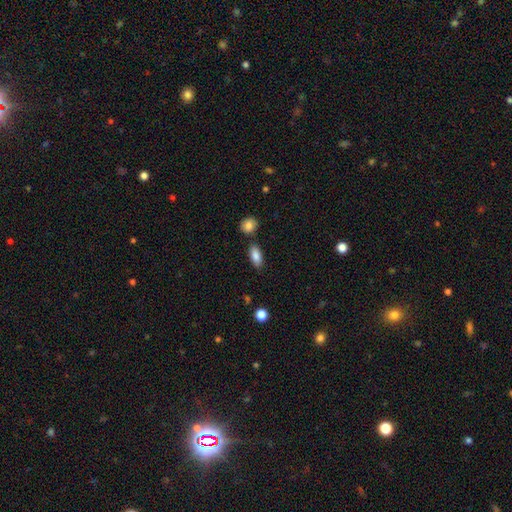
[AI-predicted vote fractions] A smooth galaxy with no disk features (86%) that is in between round and cigar-shaped (86%). Merging: none (79%).